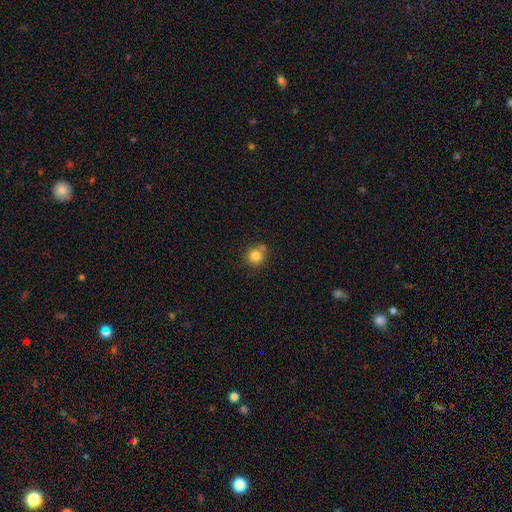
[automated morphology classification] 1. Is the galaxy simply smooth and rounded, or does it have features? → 82% smooth, 11% star or artifact, 7% featured or disk.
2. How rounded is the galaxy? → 90% round, 9% in between, 1% cigar-shaped.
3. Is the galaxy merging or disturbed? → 68% none, 15% merger, 13% minor disturbance, 3% major disturbance.